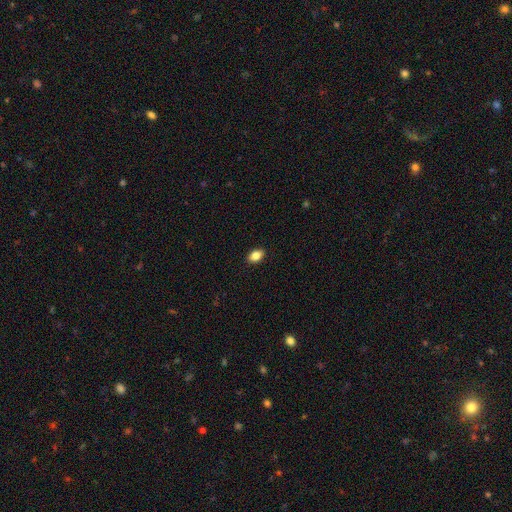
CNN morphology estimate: A smooth galaxy with no disk features (86%) that is in between round and cigar-shaped (83%). Merging: none (90%).